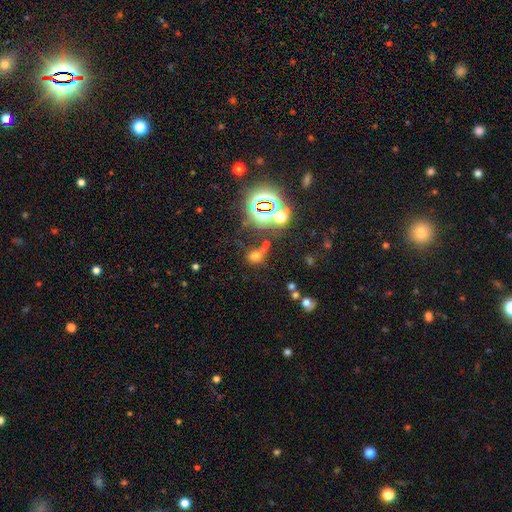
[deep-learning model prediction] Morphology: type=smooth (55%); roundness=round (67%); merging=none (59%).